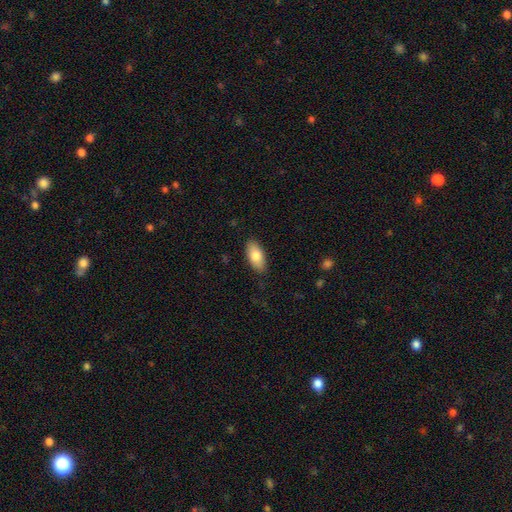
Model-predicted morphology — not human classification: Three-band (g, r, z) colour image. It shows a smooth galaxy with no disk features (80%) that is in between round and cigar-shaped (90%). Merging: none (87%).